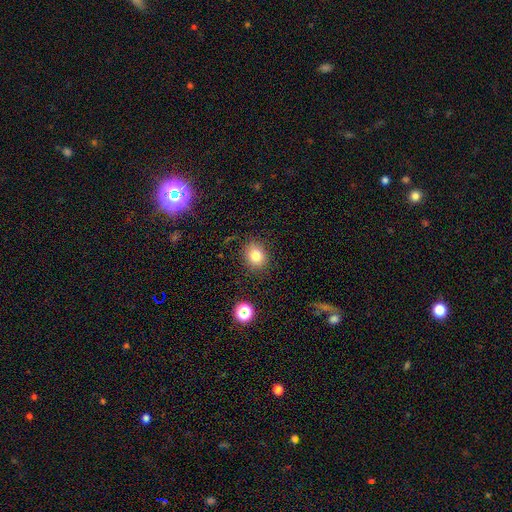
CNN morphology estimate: Smooth or featured: smooth — 81% (star or artifact — 12%)
How rounded: round — 67% (in between — 32%)
Merging: none — 85% (minor disturbance — 10%)